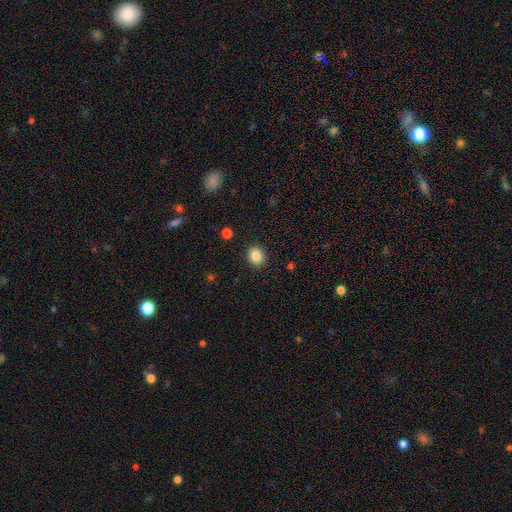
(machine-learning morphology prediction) smooth 85%, star or artifact 10%, featured or disk 5%. Down the decision tree: how rounded — round (78%); merging — none (90%).